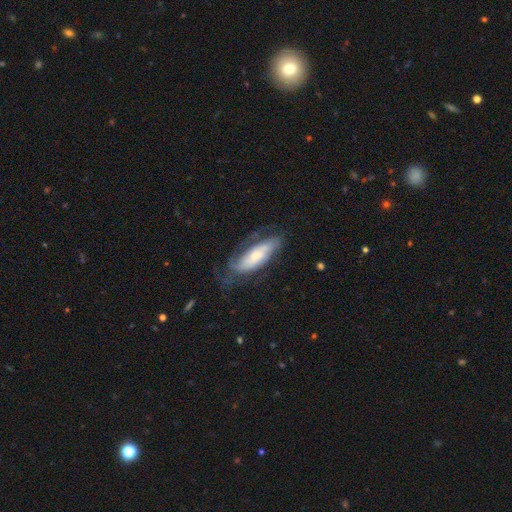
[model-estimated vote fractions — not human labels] Smooth or featured? Predicted: featured or disk (p=0.64). Edge-on disk? Predicted: no (p=0.84). Bar? Predicted: no (p=0.60). Spiral arms? Predicted: yes (p=0.88). Bulge size? Predicted: small (p=0.38). Merging? Predicted: none (p=0.51).